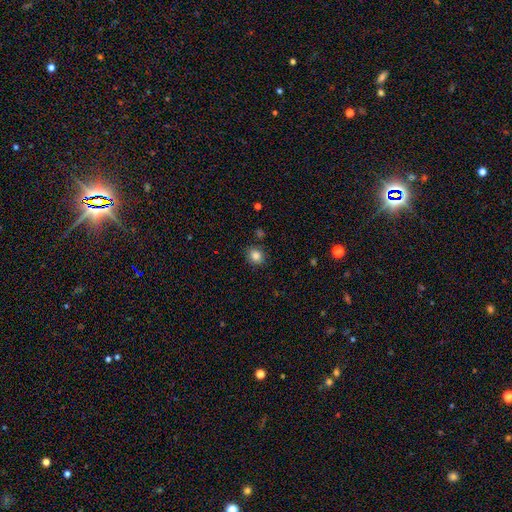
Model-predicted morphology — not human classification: A smooth galaxy with no disk features (84%) that is round (76%). Merging: none (86%).